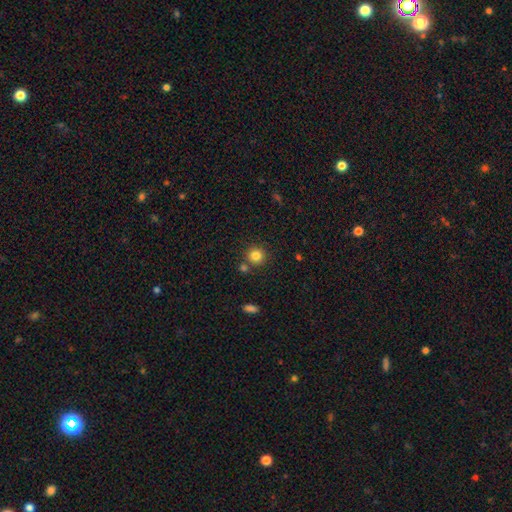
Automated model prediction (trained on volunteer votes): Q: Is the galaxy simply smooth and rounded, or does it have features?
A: smooth — 83%.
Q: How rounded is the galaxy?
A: round — 91%.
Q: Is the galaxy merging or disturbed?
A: none — 78%.